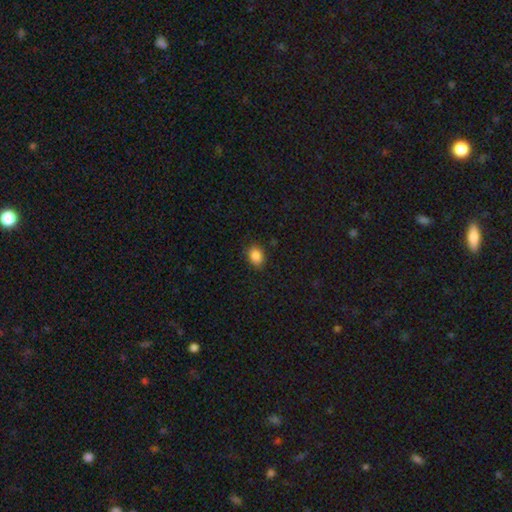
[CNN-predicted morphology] This appears to be a smooth galaxy with no disk features (86%) that is in between round and cigar-shaped (66%). Merging: none (82%).